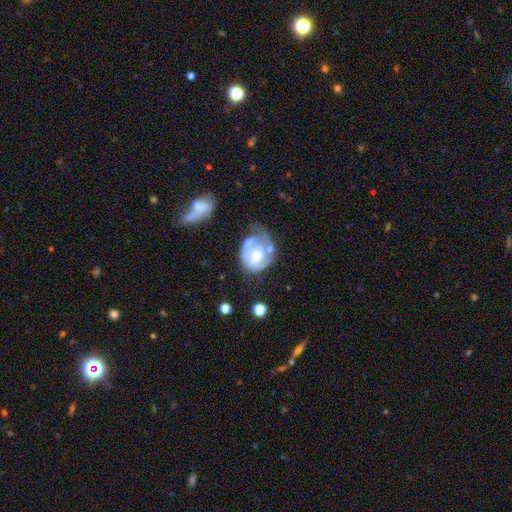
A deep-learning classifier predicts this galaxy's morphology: Smooth or featured? Predicted: featured or disk (p=0.62). Edge-on disk? Predicted: no (p=0.97). Bar? Predicted: no (p=0.76). Spiral arms? Predicted: yes (p=0.56). Bulge size? Predicted: moderate (p=0.57). Merging? Predicted: none (p=0.29).